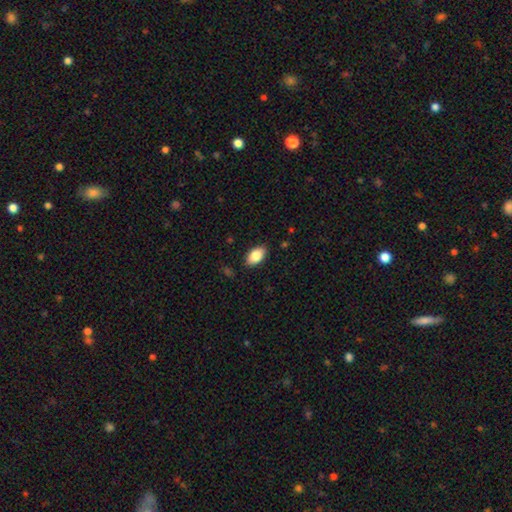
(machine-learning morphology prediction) This is clearly a smooth galaxy (85%). How rounded: clearly in between (93%). Merging: clearly none (86%).